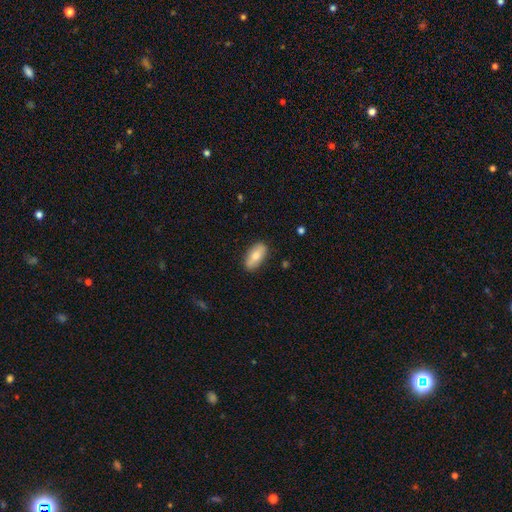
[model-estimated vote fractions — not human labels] Overall: smooth (73%). How rounded: in between (89%). Merging: none (85%).